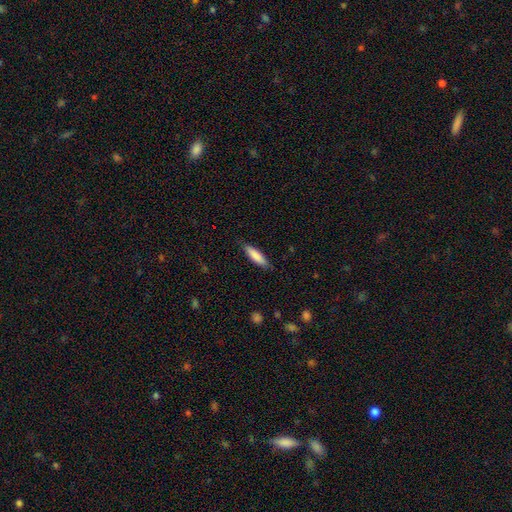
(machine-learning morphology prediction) A smooth galaxy with no disk features (83%) that is cigar-shaped (70%).

Vote fractions:
- Smooth or featured? smooth: 83% / featured or disk: 11% / star or artifact: 6%
- How rounded? cigar-shaped: 70% / in between: 29% / round: 1%
- Merging? none: 84% / minor disturbance: 12% / major disturbance: 2% / merger: 1%